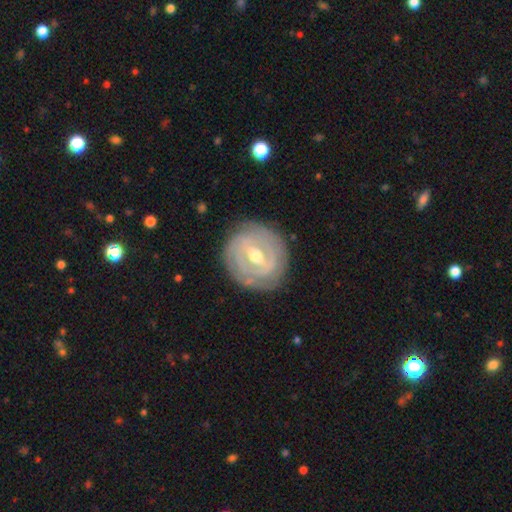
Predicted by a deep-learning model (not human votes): This is clearly a featured or disk galaxy (84%). It is clearly not viewed edge-on (96%). Bar: possibly weak (47%). Spiral arm pattern: clearly yes (82%). Spiral arm count: marginally 2 (38%). Spiral winding: likely tight (80%). Central bulge: likely moderate (72%). Merging: clearly none (83%).